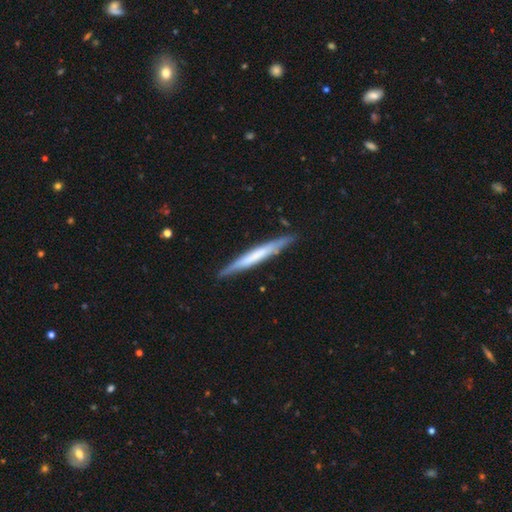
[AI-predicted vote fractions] smooth_or_featured: featured or disk (p=0.49) [alt: smooth p=0.45]
merging: none (p=0.86) [alt: minor disturbance p=0.11]